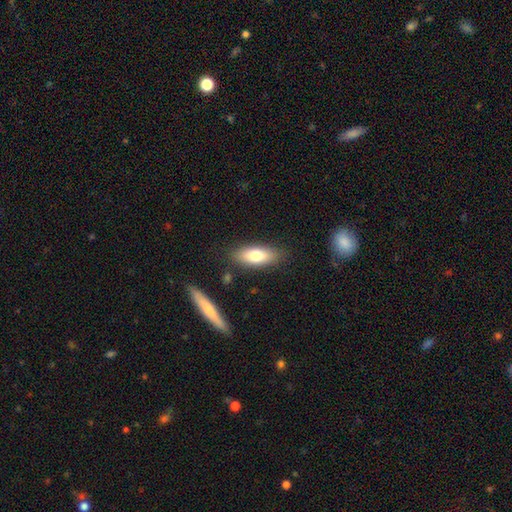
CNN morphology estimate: Smooth or featured: smooth — 75% (featured or disk — 19%)
How rounded: in between — 70% (cigar-shaped — 28%)
Merging: none — 83% (minor disturbance — 11%)